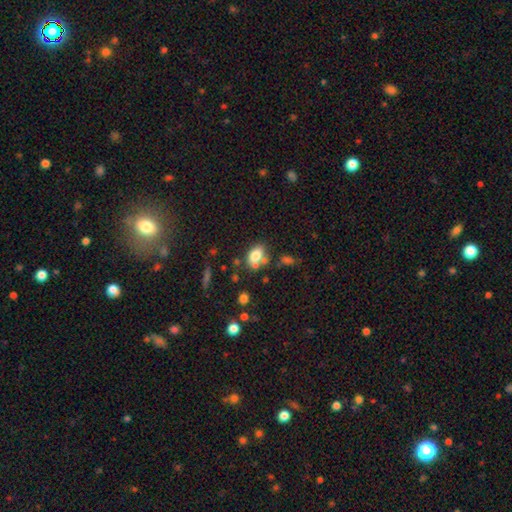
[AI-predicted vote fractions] Smooth or featured? Predicted: smooth (p=0.77). How rounded? Predicted: in between (p=0.81). Merging? Predicted: none (p=0.51).